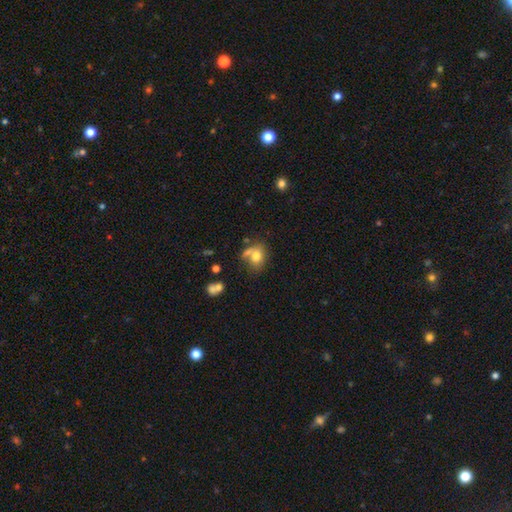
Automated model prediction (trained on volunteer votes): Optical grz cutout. It shows a smooth galaxy with no disk features (75%) that is in between round and cigar-shaped (54%). Merging: none (43%).